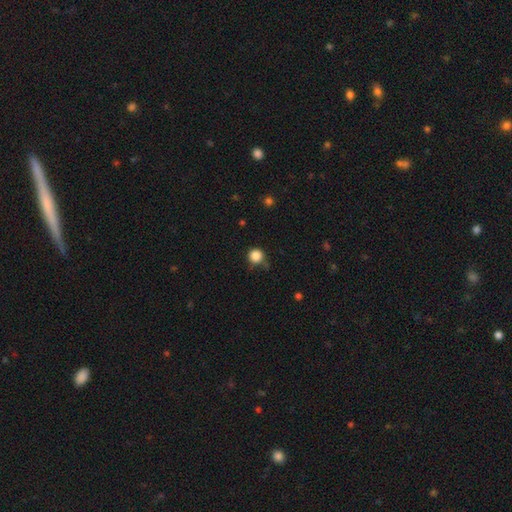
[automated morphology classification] A smooth galaxy with no disk features (85%) that is round (94%). Merging: none (76%).